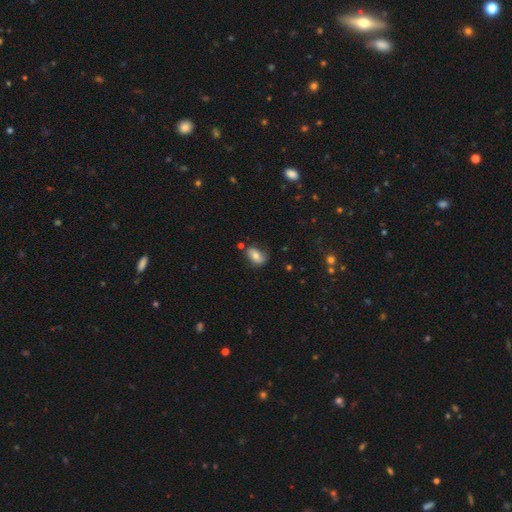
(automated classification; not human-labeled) A smooth galaxy with no disk features (63%) that is in between round and cigar-shaped (86%). Merging: none (63%).